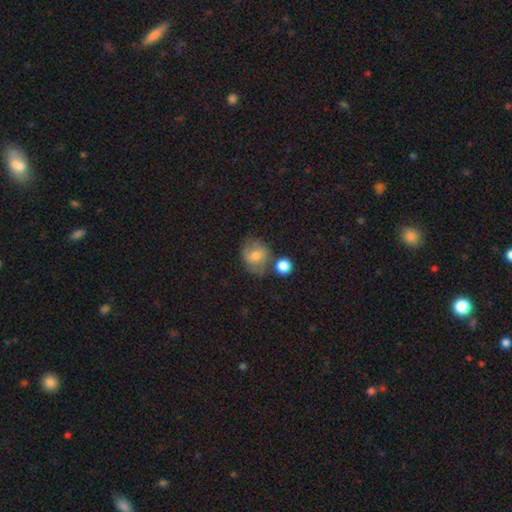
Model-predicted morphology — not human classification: This is likely a smooth galaxy (64%). How rounded: likely round (69%). Merging: possibly none (54%).